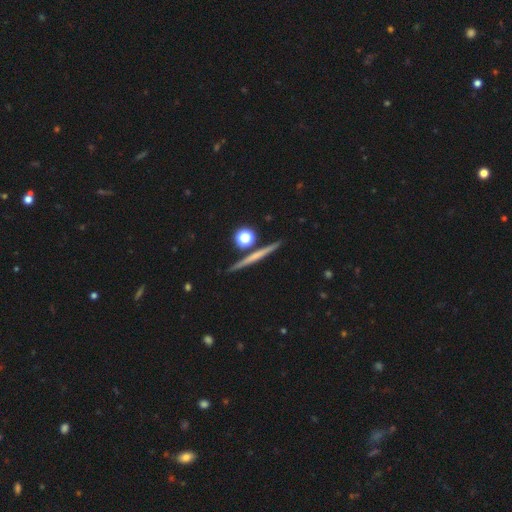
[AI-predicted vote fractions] smooth-or-featured: featured or disk: 51% | smooth: 40% | star or artifact: 9%
  disk-edge-on: yes: 96% | no: 4%
  merging: none: 87% | minor disturbance: 7% | merger: 5% | major disturbance: 2%